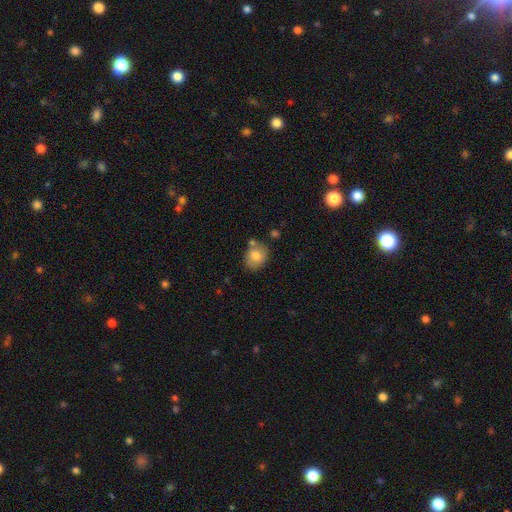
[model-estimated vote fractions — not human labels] smooth_or_featured: smooth (p=0.76) [alt: featured or disk p=0.15]
how_rounded: round (p=0.54) [alt: in between p=0.45]
merging: none (p=0.64) [alt: minor disturbance p=0.18]